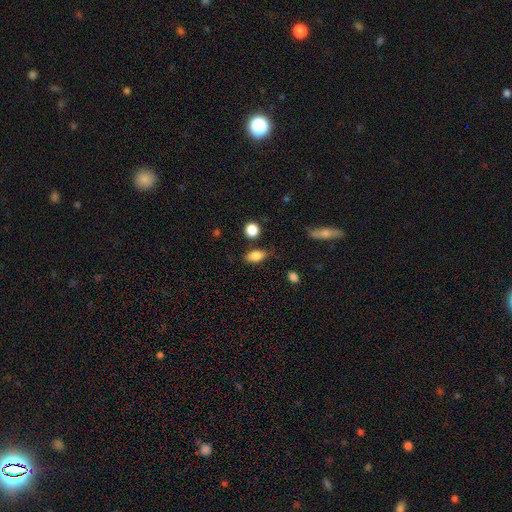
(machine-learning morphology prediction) smooth 84%, star or artifact 9%, featured or disk 8%. Down the decision tree: how rounded — in between (85%); merging — none (75%).